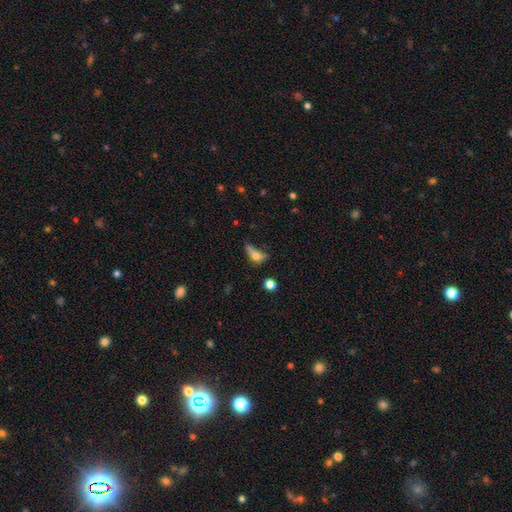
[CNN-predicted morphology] The model was most divided on "merging": major disturbance: 33%, none: 29%, minor disturbance: 27%, merger: 10%. More confident: how rounded — in between (60%); smooth or featured — smooth (58%).